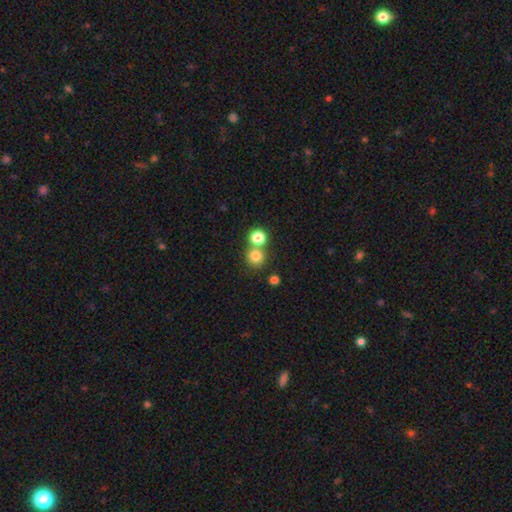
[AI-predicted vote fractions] Q: Smooth or featured?
A: smooth (78%); runner-up: star or artifact (14%)
Q: How rounded?
A: round (90%); runner-up: in between (9%)
Q: Merging?
A: none (59%); runner-up: merger (32%)